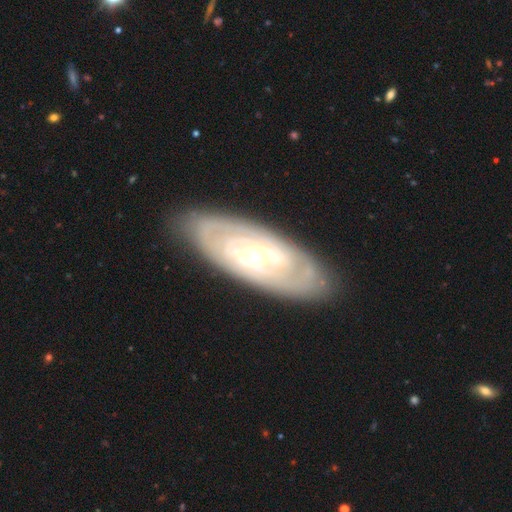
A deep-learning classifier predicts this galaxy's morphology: Smooth or featured? featured or disk (81%)
Edge-on disk? no (88%)
Bar? weak (41%)
Spiral arms? yes (75%)
Spiral winding? tight (69%)
Spiral arm count? can't tell (49%)
Bulge size? small (49%)
Merging? none (84%)